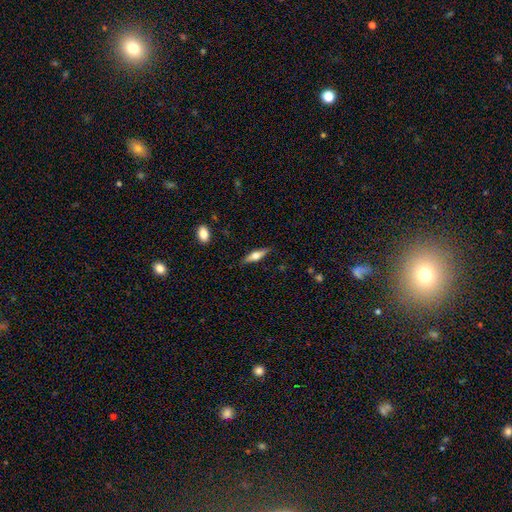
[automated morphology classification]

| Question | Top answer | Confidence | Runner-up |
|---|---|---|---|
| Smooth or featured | smooth | 48% | featured or disk (46%) |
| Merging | none | 86% | minor disturbance (11%) |